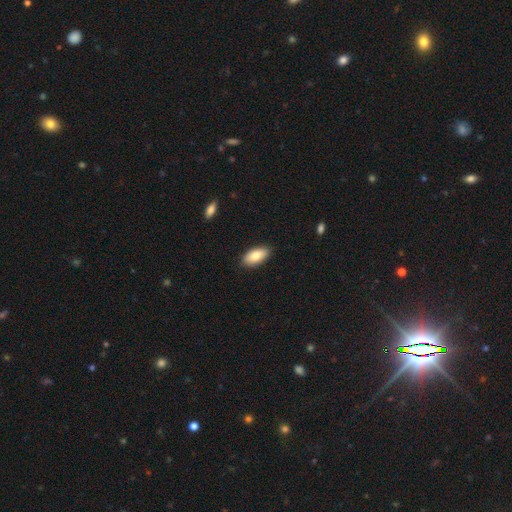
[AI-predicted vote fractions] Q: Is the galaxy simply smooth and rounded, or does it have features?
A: smooth — 83%.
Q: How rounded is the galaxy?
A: in between — 91%.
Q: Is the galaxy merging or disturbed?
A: none — 87%.